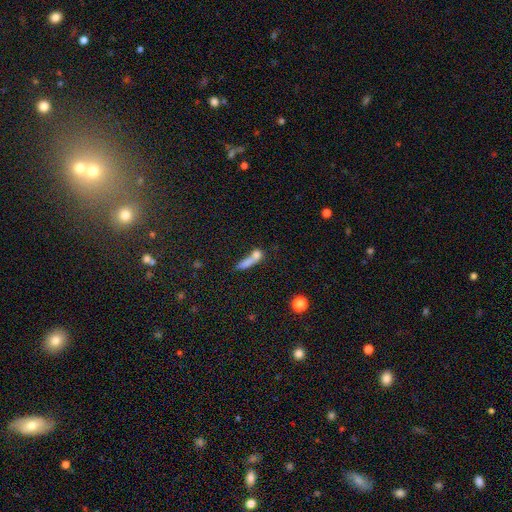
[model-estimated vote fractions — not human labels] Smooth or featured: smooth — 67% (featured or disk — 20%)
How rounded: cigar-shaped — 52% (in between — 31%)
Merging: merger — 47% (none — 30%)